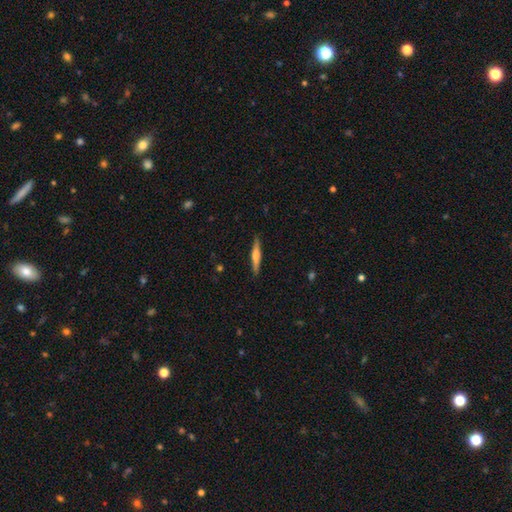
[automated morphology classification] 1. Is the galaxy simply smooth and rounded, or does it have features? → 51% featured or disk, 43% smooth, 6% star or artifact.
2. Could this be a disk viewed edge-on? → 97% yes, 3% no.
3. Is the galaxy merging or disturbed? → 89% none, 8% minor disturbance, 2% major disturbance, 1% merger.